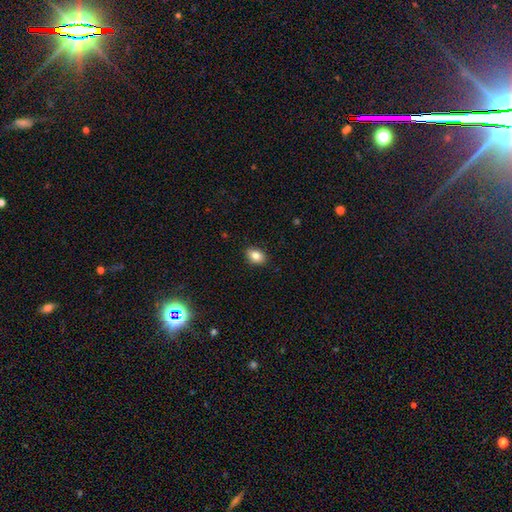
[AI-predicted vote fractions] This appears to be a smooth galaxy with no disk features (84%) that is in between round and cigar-shaped (78%). Merging: none (89%).